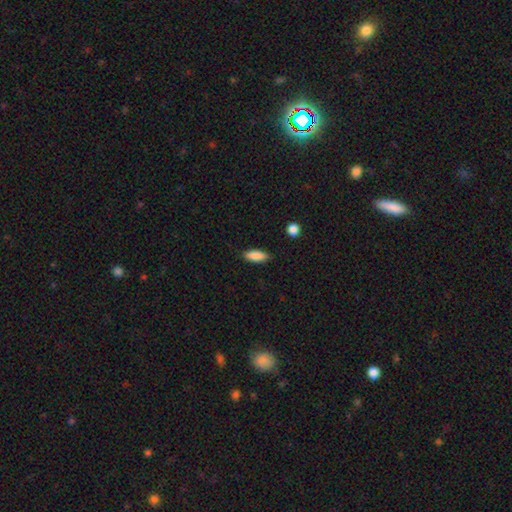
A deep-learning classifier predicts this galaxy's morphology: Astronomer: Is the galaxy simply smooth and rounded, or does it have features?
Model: smooth — 86%.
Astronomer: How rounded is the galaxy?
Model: in between — 76%.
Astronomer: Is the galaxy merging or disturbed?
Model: none — 84%.